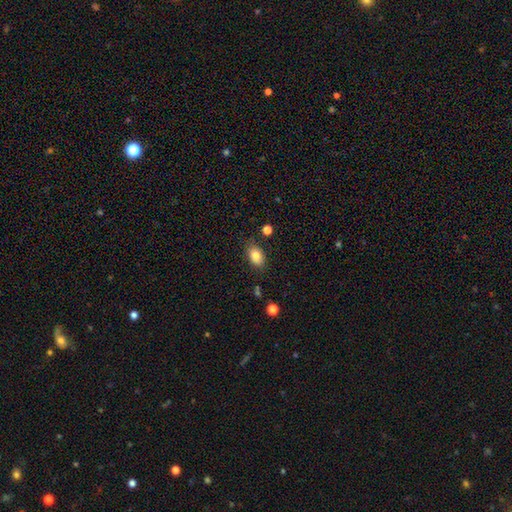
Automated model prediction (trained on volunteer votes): Smooth or featured? smooth (82%)
How rounded? in between (85%)
Merging? none (83%)